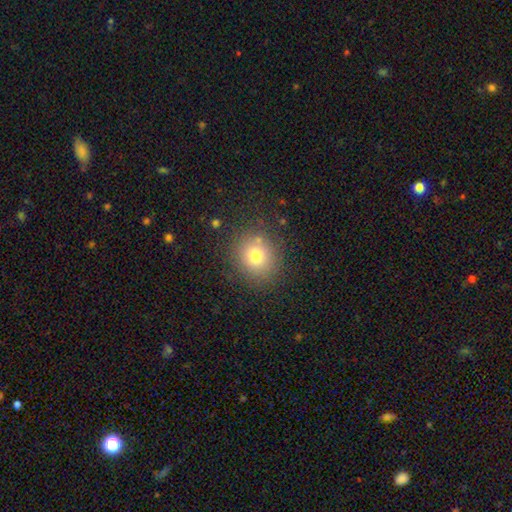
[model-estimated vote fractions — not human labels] This appears to be a smooth galaxy with no disk features (76%) that is round (81%). Merging: none (83%).